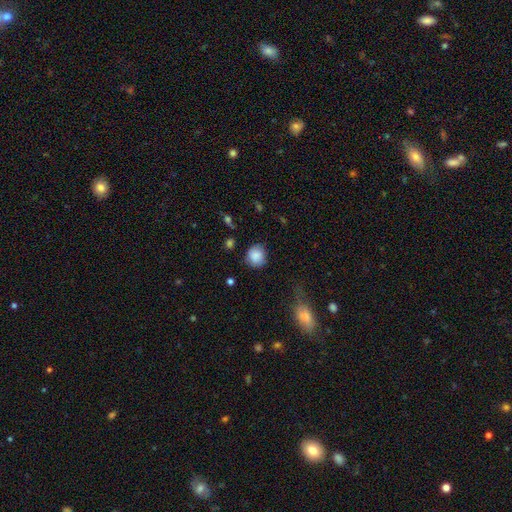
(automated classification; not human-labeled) A smooth galaxy with no disk features (86%) that is round (83%). Merging: none (75%).